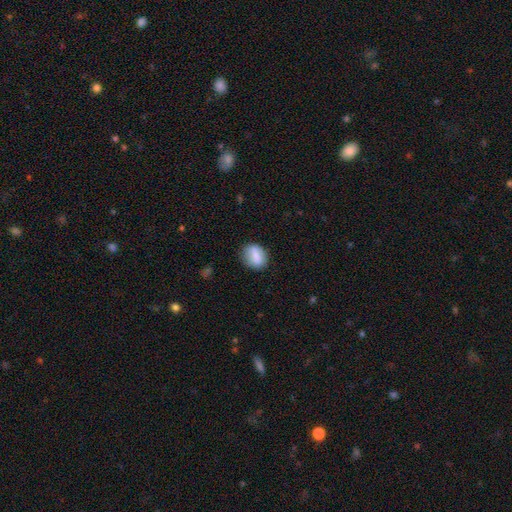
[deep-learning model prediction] smooth 74%, featured or disk 19%, star or artifact 7%. Down the decision tree: how rounded — in between (57%); merging — none (83%).